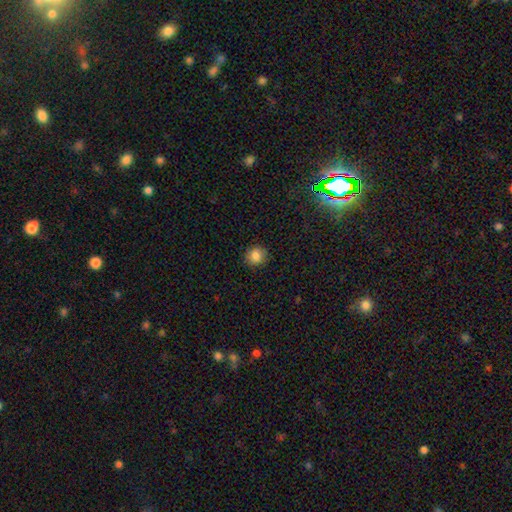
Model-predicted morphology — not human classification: Smooth or featured? smooth (85%)
How rounded? round (85%)
Merging? none (90%)